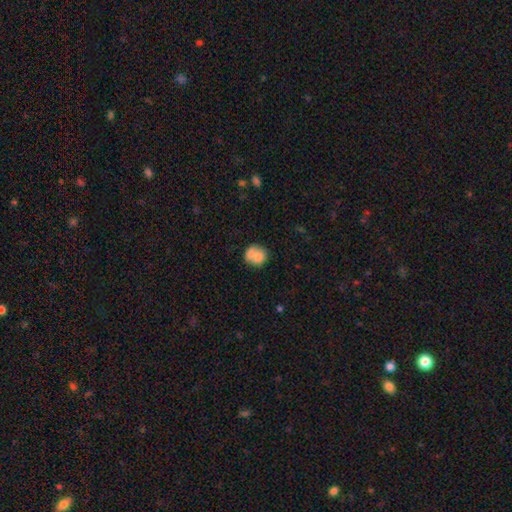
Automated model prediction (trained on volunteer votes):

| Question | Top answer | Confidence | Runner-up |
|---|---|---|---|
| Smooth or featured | smooth | 74% | featured or disk (18%) |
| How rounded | round | 74% | in between (25%) |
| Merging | merger | 42% | none (39%) |